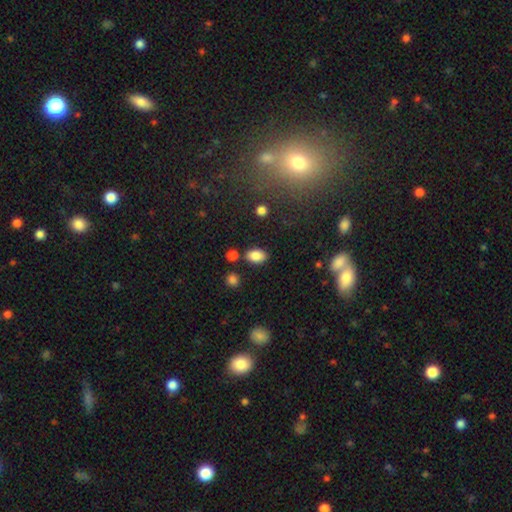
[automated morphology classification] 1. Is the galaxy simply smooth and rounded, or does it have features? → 85% smooth, 9% star or artifact, 6% featured or disk.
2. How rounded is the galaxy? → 88% in between, 10% round, 1% cigar-shaped.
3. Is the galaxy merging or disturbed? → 79% none, 11% minor disturbance, 7% merger, 3% major disturbance.